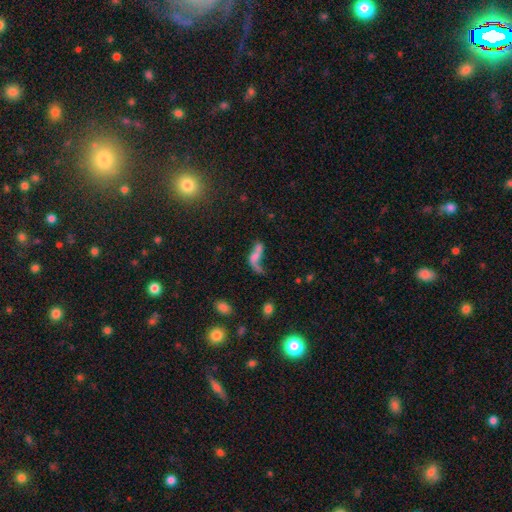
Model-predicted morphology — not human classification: smooth_or_featured: featured or disk (p=0.48) [alt: smooth p=0.39]
merging: major disturbance (p=0.33) [alt: merger p=0.29]